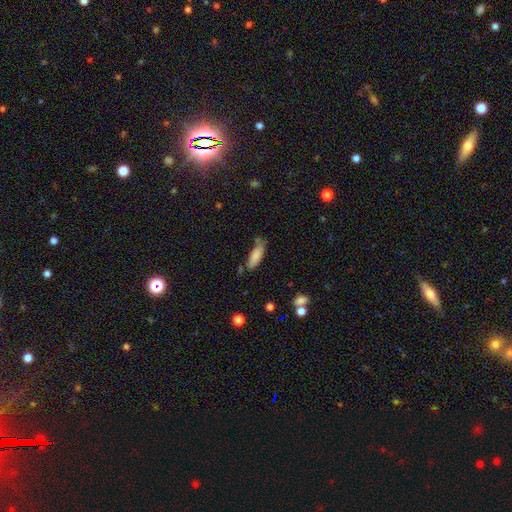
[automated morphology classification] Smooth or featured? smooth (84%)
How rounded? in between (55%)
Merging? none (60%)